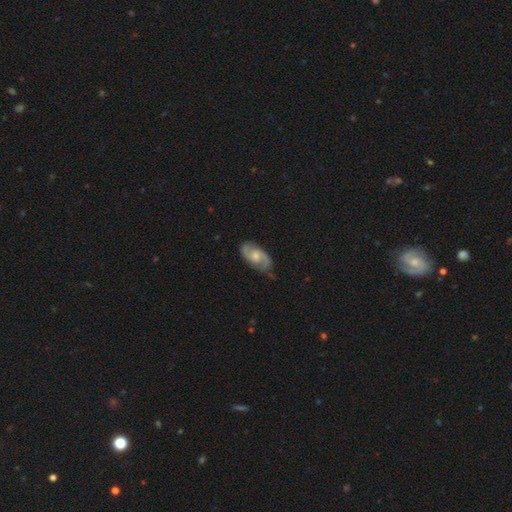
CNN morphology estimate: Smooth or featured? Predicted: featured or disk (p=0.80). Edge-on disk? Predicted: no (p=0.96). Bar? Predicted: no (p=0.54). Spiral arms? Predicted: yes (p=0.95). Spiral winding? Predicted: medium (p=0.51). Spiral arm count? Predicted: 2 (p=0.90). Bulge size? Predicted: moderate (p=0.54). Merging? Predicted: none (p=0.78).